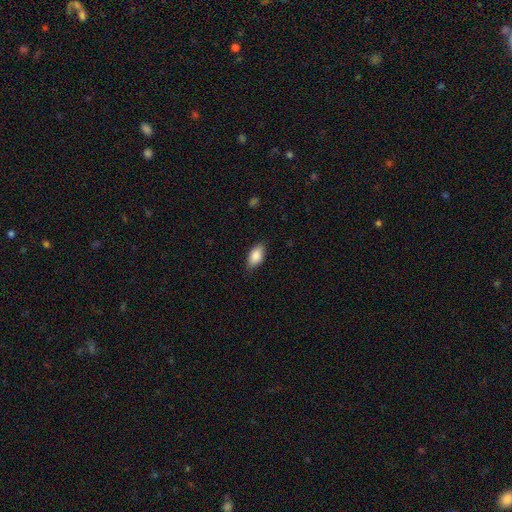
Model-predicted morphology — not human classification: A smooth galaxy with no disk features (86%) that is in between round and cigar-shaped (91%). Merging: none (83%).